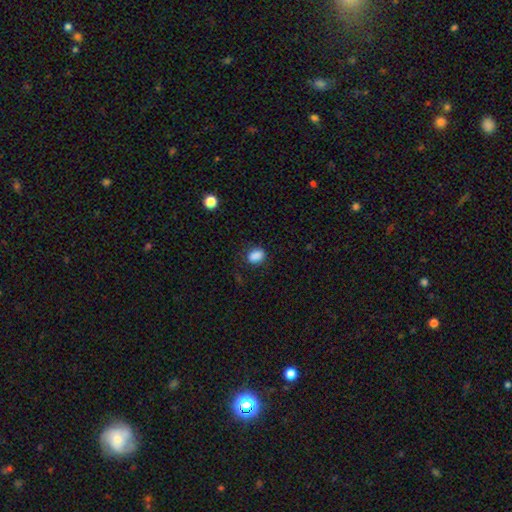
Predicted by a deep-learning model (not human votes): A smooth galaxy with no disk features (87%) that is in between round and cigar-shaped (72%). Merging: none (78%).